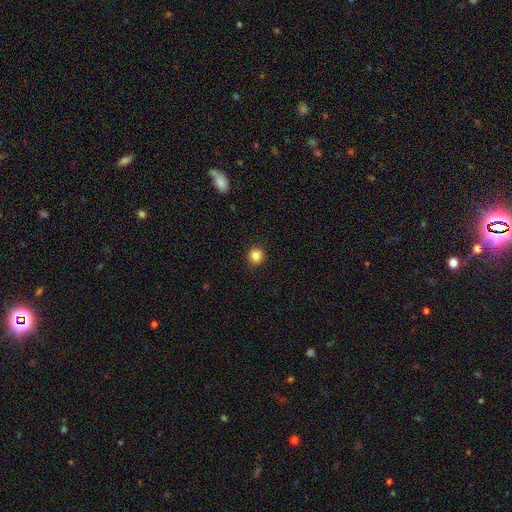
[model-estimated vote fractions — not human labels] Smooth or featured: smooth — 85% (star or artifact — 11%)
How rounded: round — 86% (in between — 13%)
Merging: none — 90% (minor disturbance — 7%)